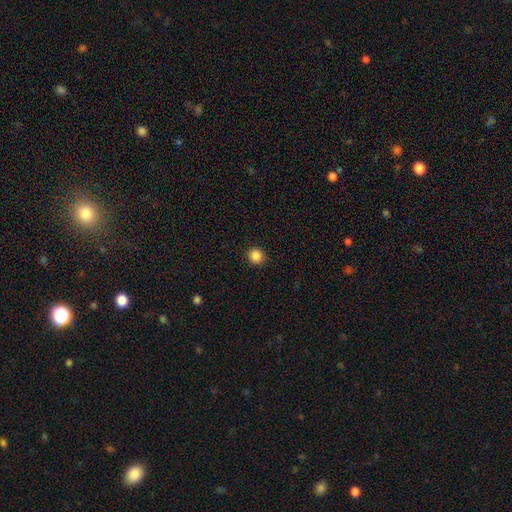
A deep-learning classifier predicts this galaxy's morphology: Q: Smooth or featured?
A: smooth (86%); runner-up: star or artifact (11%)
Q: How rounded?
A: round (93%); runner-up: in between (6%)
Q: Merging?
A: none (92%); runner-up: minor disturbance (5%)